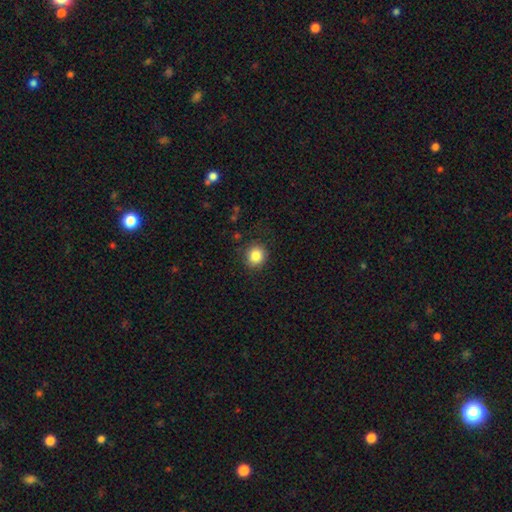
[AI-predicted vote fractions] Q: Smooth or featured?
A: smooth (85%); runner-up: star or artifact (10%)
Q: How rounded?
A: round (88%); runner-up: in between (11%)
Q: Merging?
A: none (86%); runner-up: minor disturbance (10%)